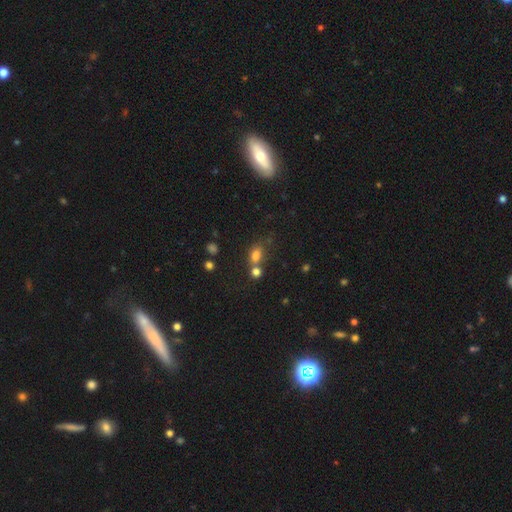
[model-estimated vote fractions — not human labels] Overall: smooth (76%). How rounded: in between (68%; round 30%). Merging: none (44%; merger 39%).